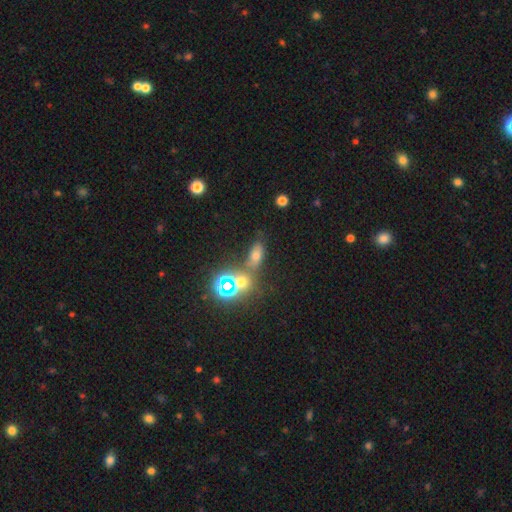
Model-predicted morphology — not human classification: A smooth galaxy with no disk features (52%) that is in between round and cigar-shaped (74%).

Vote fractions:
- Smooth or featured? smooth: 52% / star or artifact: 35% / featured or disk: 13%
- How rounded? in between: 74% / round: 15% / cigar-shaped: 10%
- Merging? none: 61% / merger: 20% / minor disturbance: 12% / major disturbance: 6%